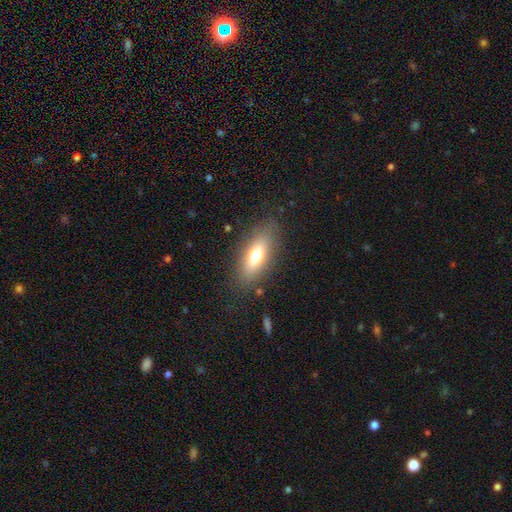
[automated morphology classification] smooth 67%, featured or disk 24%, star or artifact 9%. Down the decision tree: how rounded — in between (73%); merging — none (83%).